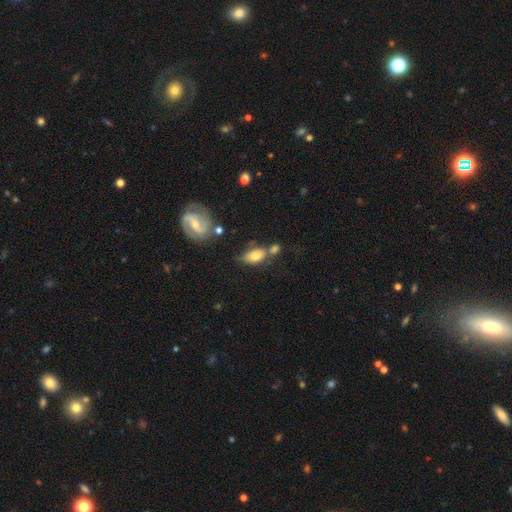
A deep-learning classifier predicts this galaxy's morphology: Smooth or featured: smooth — 72% (featured or disk — 20%)
How rounded: in between — 88% (round — 6%)
Merging: none — 46% (merger — 28%)